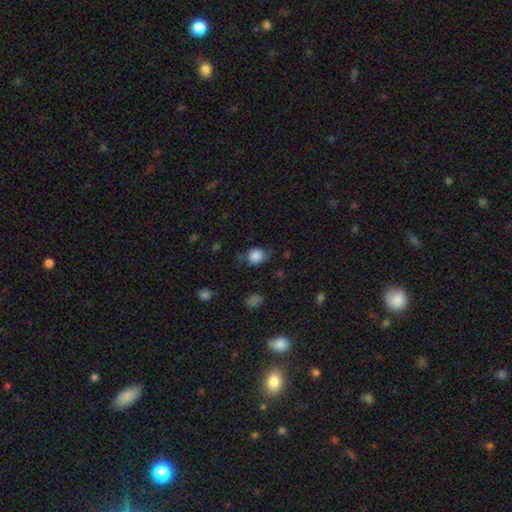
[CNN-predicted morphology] Smooth or featured: smooth — 81% (featured or disk — 10%)
How rounded: round — 54% (in between — 45%)
Merging: none — 60% (minor disturbance — 28%)